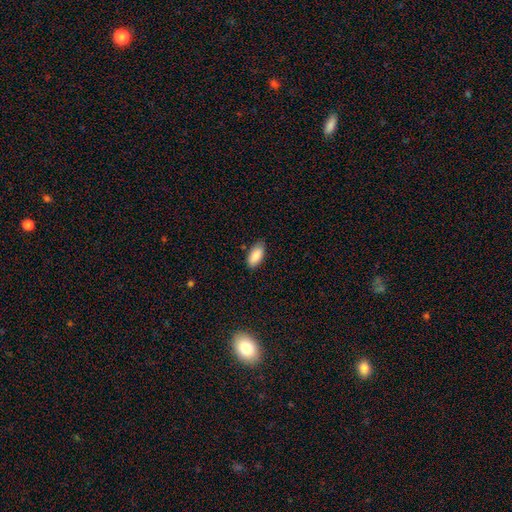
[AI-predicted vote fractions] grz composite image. It shows a smooth galaxy with no disk features (88%) that is in between round and cigar-shaped (91%). Merging: none (80%).